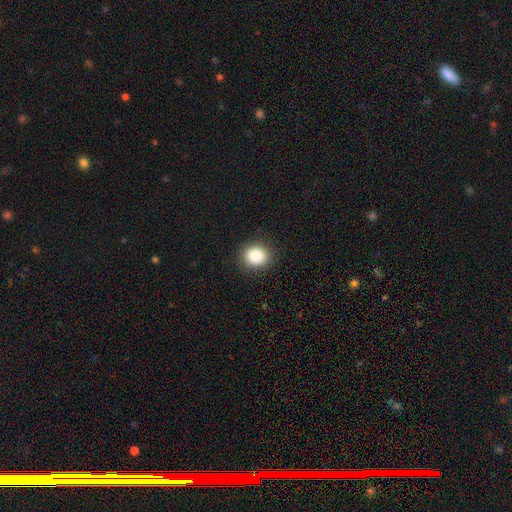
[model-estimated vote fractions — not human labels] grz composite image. It shows a smooth galaxy with no disk features (86%) that is round (71%). Merging: none (90%).